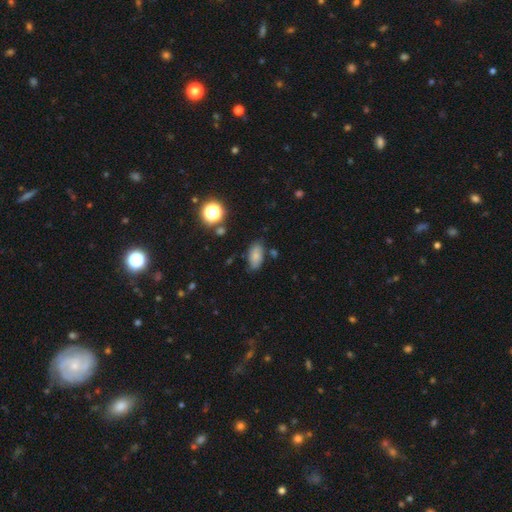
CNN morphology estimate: type=smooth (72%); roundness=in between (90%); merging=none (74%).